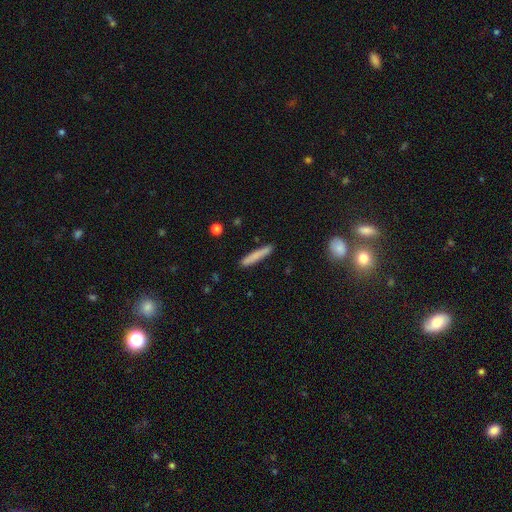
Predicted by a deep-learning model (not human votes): smooth-or-featured: smooth: 78% | featured or disk: 16% | star or artifact: 6%
  how-rounded: cigar-shaped: 94% | in between: 4% | round: 1%
  merging: none: 88% | minor disturbance: 9% | major disturbance: 2% | merger: 2%